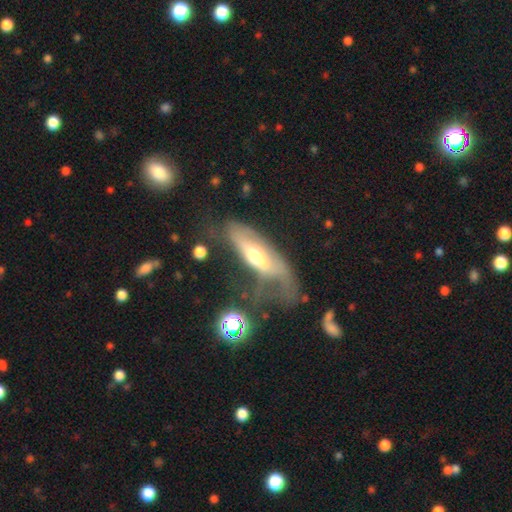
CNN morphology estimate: Q: Smooth or featured?
A: featured or disk (52%); runner-up: smooth (41%)
Q: Edge-on disk?
A: no (65%); runner-up: yes (35%)
Q: Merging?
A: major disturbance (48%); runner-up: none (19%)